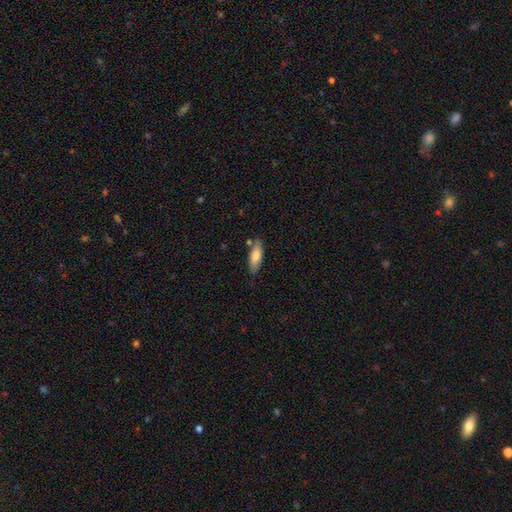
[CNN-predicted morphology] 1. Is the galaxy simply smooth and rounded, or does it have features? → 79% smooth, 15% featured or disk, 6% star or artifact.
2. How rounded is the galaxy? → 62% in between, 36% cigar-shaped, 2% round.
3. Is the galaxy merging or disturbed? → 76% none, 16% minor disturbance, 5% merger, 3% major disturbance.